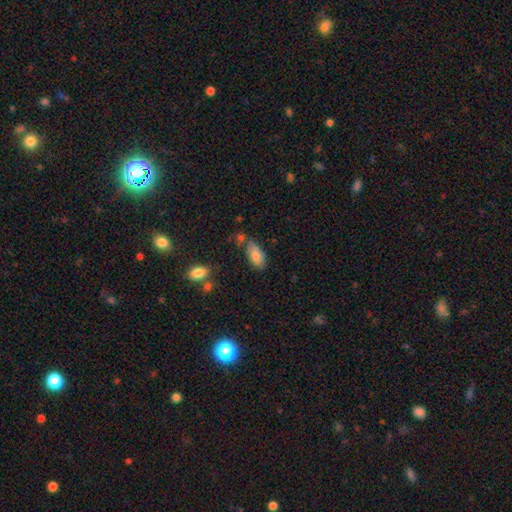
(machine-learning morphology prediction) This appears to be a smooth galaxy with no disk features (79%) that is in between round and cigar-shaped (89%). Merging: none (59%).